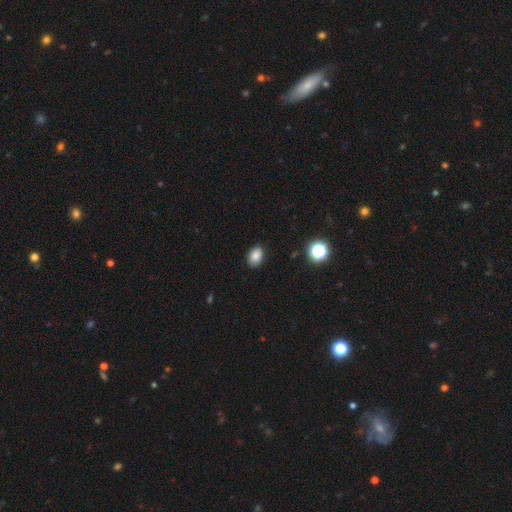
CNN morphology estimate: Smooth or featured? smooth (84%)
How rounded? in between (80%)
Merging? none (86%)